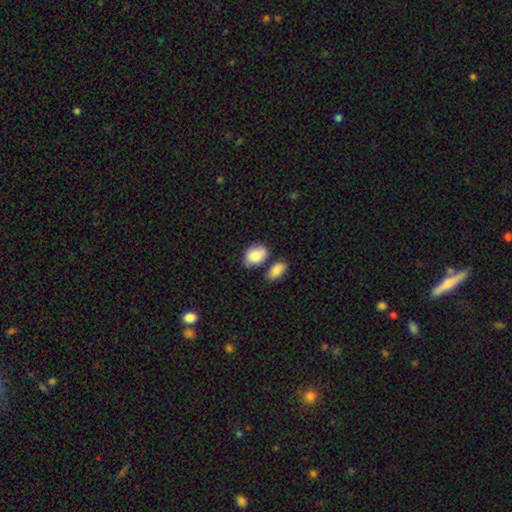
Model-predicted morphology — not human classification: This appears to be a smooth galaxy with no disk features (86%) that is in between round and cigar-shaped (77%). Merging: none (53%).